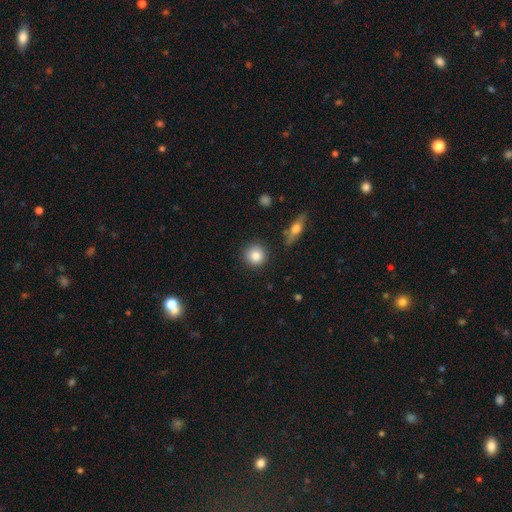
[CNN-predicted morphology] smooth-or-featured: smooth: 84% | featured or disk: 8% | star or artifact: 8%
  how-rounded: round: 93% | in between: 6% | cigar-shaped: 1%
  merging: none: 89% | minor disturbance: 7% | merger: 2% | major disturbance: 2%